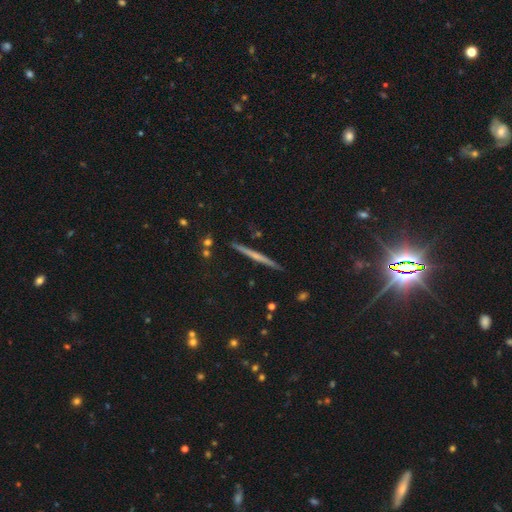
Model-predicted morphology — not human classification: Smooth or featured?
  - featured or disk: 58% *
  - smooth: 33%
  - star or artifact: 9%
Edge-on disk?
  - yes: 98% *
  - no: 2%
Edge-on bulge?
  - none: 70% *
  - rounded: 24%
  - boxy: 6%
Merging?
  - none: 91% *
  - minor disturbance: 6%
  - merger: 2%
  - major disturbance: 1%